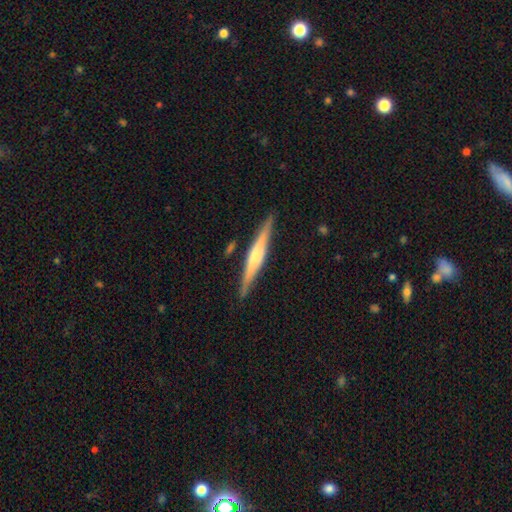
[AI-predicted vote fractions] smooth_or_featured: featured or disk (p=0.66) [alt: smooth p=0.28]
disk_edge_on: yes (p=0.97) [alt: no p=0.03]
edge_on_bulge: rounded (p=0.64) [alt: none p=0.19]
merging: none (p=0.89) [alt: minor disturbance p=0.08]